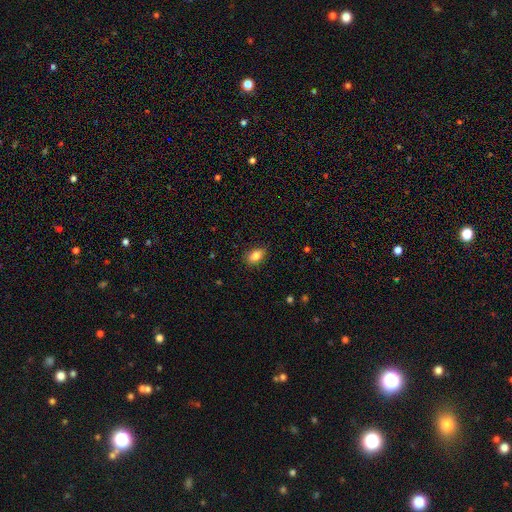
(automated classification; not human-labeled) This is clearly a smooth galaxy (85%). How rounded: clearly in between (86%). Merging: clearly none (85%).